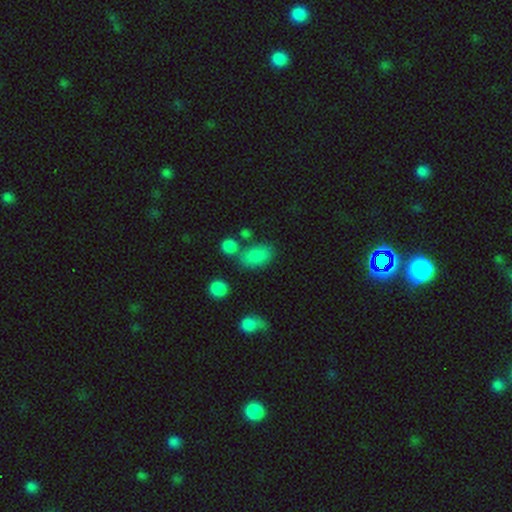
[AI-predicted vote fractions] Smooth or featured? Predicted: smooth (p=0.83). How rounded? Predicted: in between (p=0.90). Merging? Predicted: none (p=0.60).